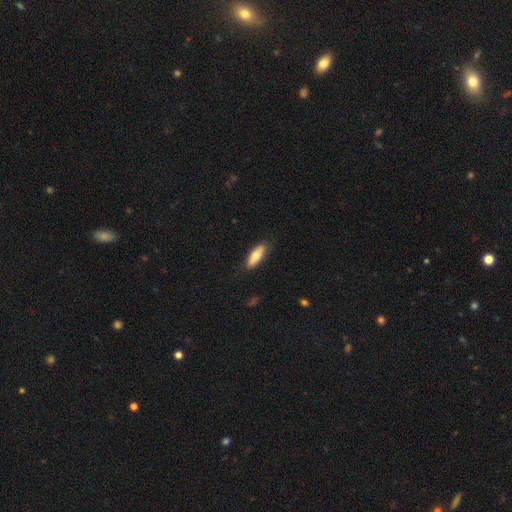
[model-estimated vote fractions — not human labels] smooth_or_featured: smooth (p=0.67) [alt: featured or disk p=0.27]
how_rounded: in between (p=0.58) [alt: cigar-shaped p=0.40]
merging: none (p=0.84) [alt: minor disturbance p=0.13]